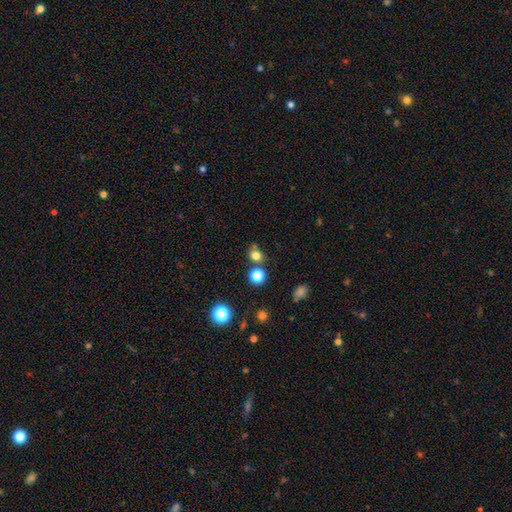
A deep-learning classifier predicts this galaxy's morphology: Q: Smooth or featured?
A: smooth (77%); runner-up: star or artifact (17%)
Q: How rounded?
A: round (71%); runner-up: in between (28%)
Q: Merging?
A: none (67%); runner-up: merger (16%)